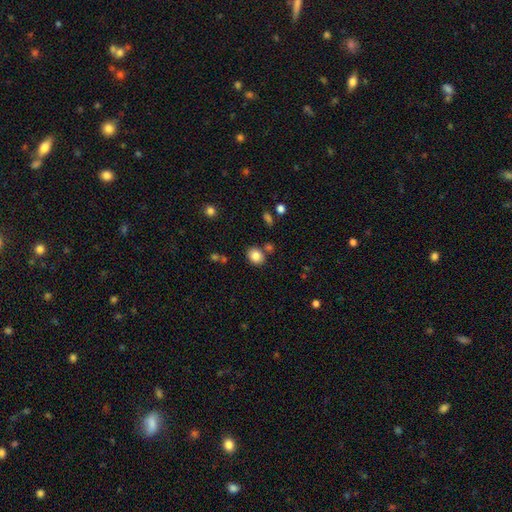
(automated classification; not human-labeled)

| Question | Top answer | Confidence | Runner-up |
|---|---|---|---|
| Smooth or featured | smooth | 84% | star or artifact (10%) |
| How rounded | round | 55% | in between (44%) |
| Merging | none | 79% | minor disturbance (10%) |